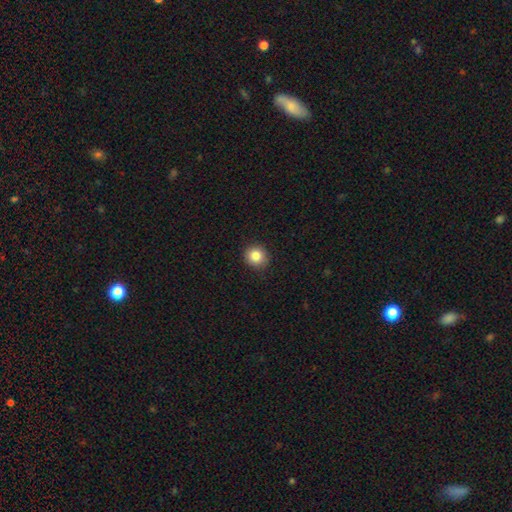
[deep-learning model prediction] smooth_or_featured: smooth (p=0.85) [alt: star or artifact p=0.10]
how_rounded: round (p=0.90) [alt: in between p=0.09]
merging: none (p=0.91) [alt: minor disturbance p=0.06]